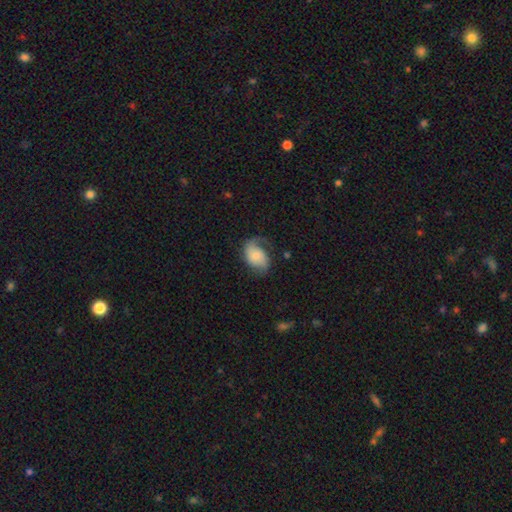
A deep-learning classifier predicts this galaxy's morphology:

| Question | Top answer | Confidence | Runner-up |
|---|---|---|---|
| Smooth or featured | featured or disk | 56% | smooth (36%) |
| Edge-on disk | no | 97% | yes (3%) |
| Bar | no | 68% | weak (26%) |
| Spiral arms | yes | 89% | no (11%) |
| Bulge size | small | 44% | moderate (30%) |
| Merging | none | 47% | minor disturbance (27%) |